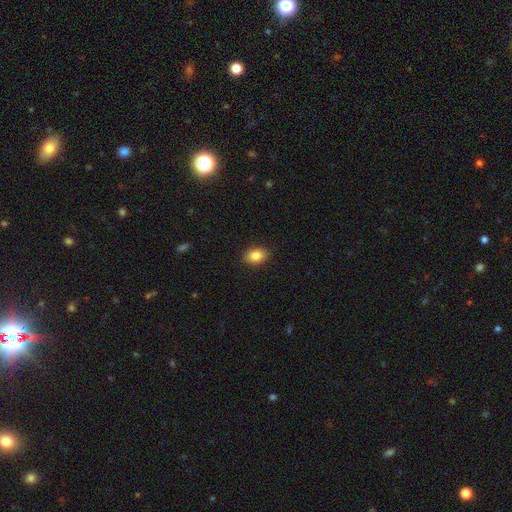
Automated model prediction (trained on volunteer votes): Smooth or featured: smooth — 85% (star or artifact — 9%)
How rounded: in between — 73% (round — 26%)
Merging: none — 90% (minor disturbance — 7%)